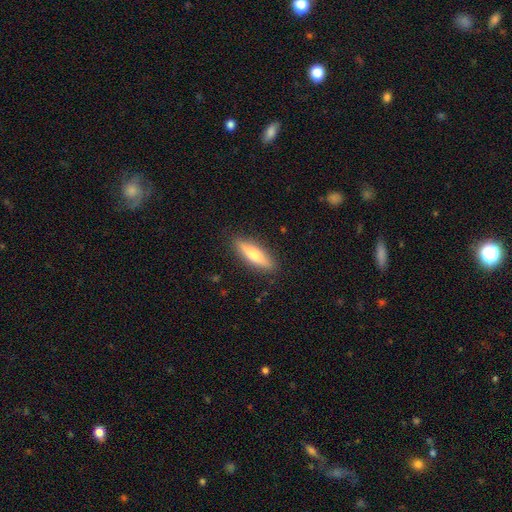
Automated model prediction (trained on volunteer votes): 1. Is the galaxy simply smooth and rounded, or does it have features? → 65% smooth, 30% featured or disk, 6% star or artifact.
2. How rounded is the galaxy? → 68% cigar-shaped, 30% in between, 2% round.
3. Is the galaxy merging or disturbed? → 88% none, 9% minor disturbance, 2% major disturbance, 1% merger.